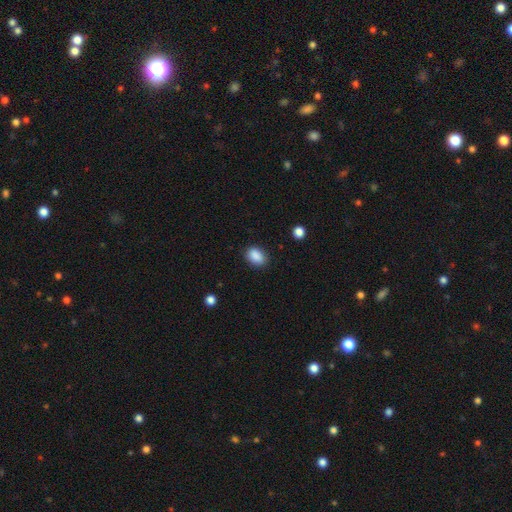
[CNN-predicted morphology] type=smooth (89%); roundness=in between (80%); merging=none (84%).